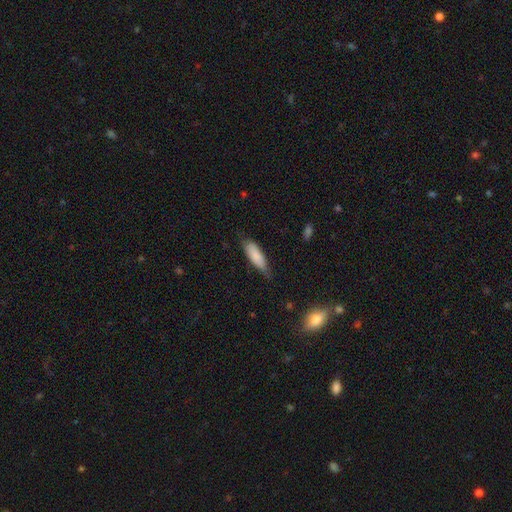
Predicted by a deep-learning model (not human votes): smooth-or-featured: smooth: 83% | featured or disk: 11% | star or artifact: 6%
  how-rounded: in between: 59% | cigar-shaped: 39% | round: 2%
  merging: none: 62% | minor disturbance: 31% | major disturbance: 6% | merger: 2%